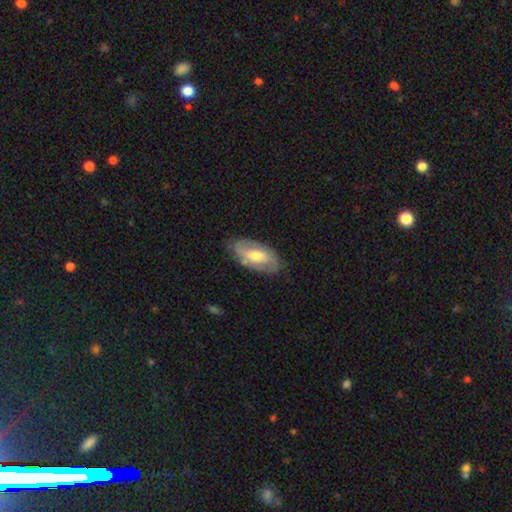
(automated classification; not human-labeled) Smooth or featured? featured or disk (58%)
Edge-on disk? no (90%)
Bar? weak (43%)
Spiral arms? yes (70%)
Bulge size? moderate (66%)
Merging? none (77%)